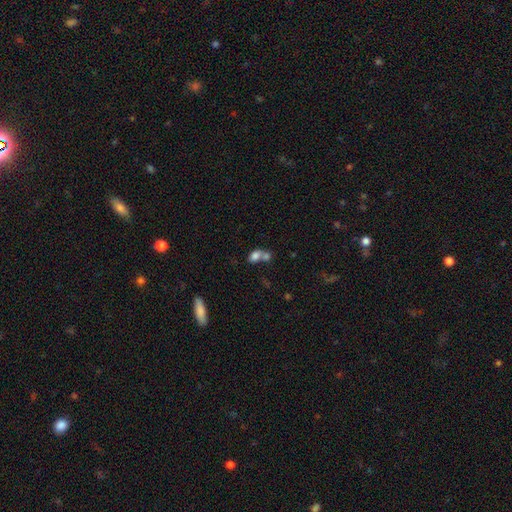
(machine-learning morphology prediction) Smooth or featured?
  - smooth: 77% *
  - featured or disk: 13%
  - star or artifact: 11%
How rounded?
  - in between: 76% *
  - round: 21%
  - cigar-shaped: 3%
Merging?
  - merger: 61% *
  - none: 25%
  - minor disturbance: 8%
  - major disturbance: 5%